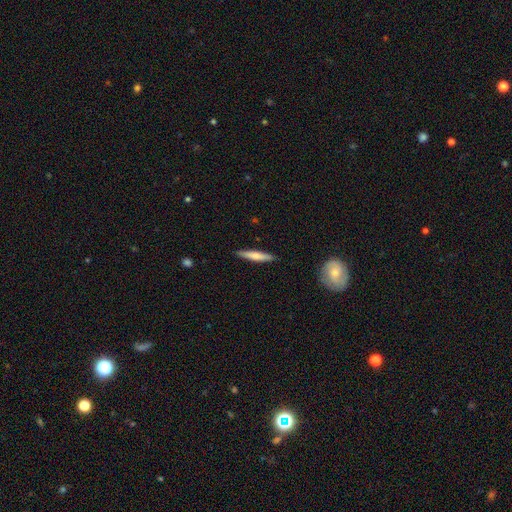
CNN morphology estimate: type=smooth (65%); roundness=cigar-shaped (92%); merging=none (90%).